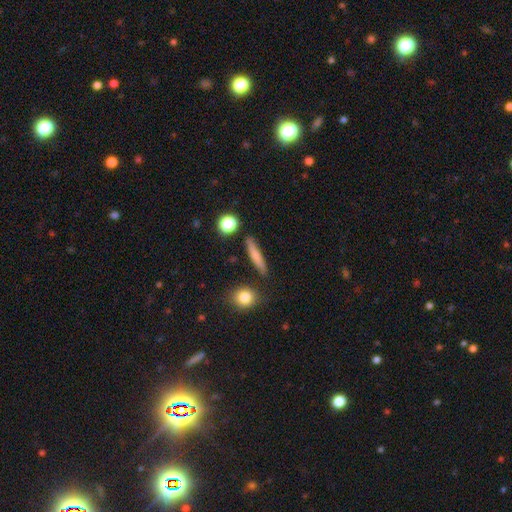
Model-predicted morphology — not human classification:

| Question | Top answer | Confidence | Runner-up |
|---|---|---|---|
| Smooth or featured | smooth | 70% | featured or disk (22%) |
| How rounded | cigar-shaped | 85% | in between (9%) |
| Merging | none | 84% | minor disturbance (10%) |